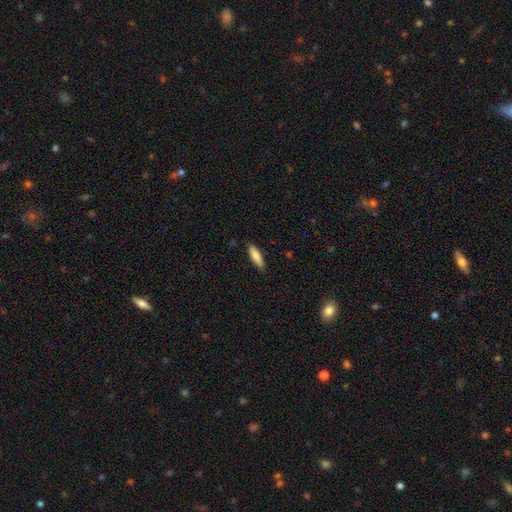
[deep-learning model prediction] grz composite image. It shows a smooth galaxy with no disk features (85%) that is cigar-shaped (54%). Merging: none (85%).